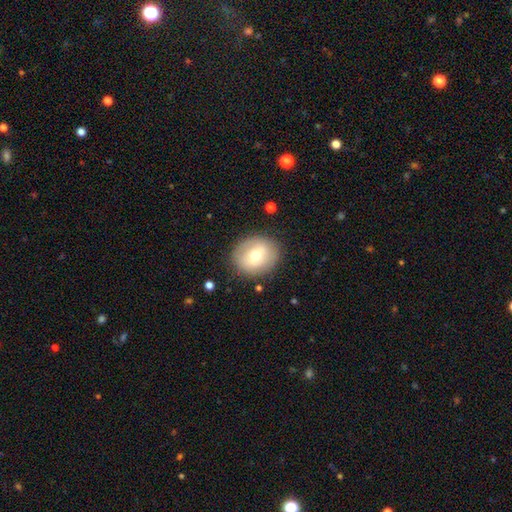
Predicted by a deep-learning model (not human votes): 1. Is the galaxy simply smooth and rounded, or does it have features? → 60% smooth, 32% featured or disk, 8% star or artifact.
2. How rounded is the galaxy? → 70% round, 29% in between, 1% cigar-shaped.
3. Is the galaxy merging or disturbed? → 84% none, 11% minor disturbance, 4% major disturbance, 1% merger.